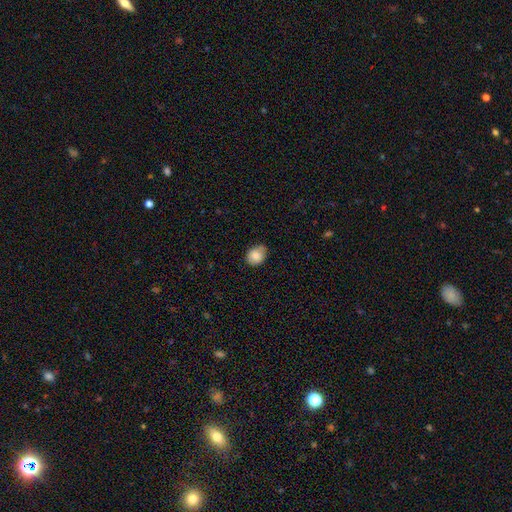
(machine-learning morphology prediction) smooth-or-featured: smooth: 84% | star or artifact: 8% | featured or disk: 8%
  how-rounded: in between: 50% | round: 49% | cigar-shaped: 1%
  merging: none: 72% | minor disturbance: 24% | major disturbance: 4% | merger: 1%